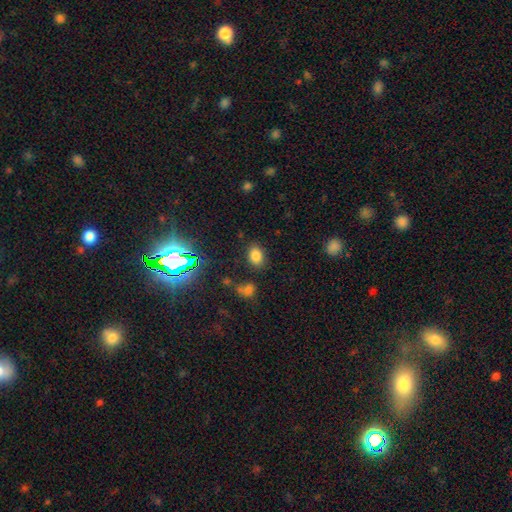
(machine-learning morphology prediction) smooth 77%, star or artifact 16%, featured or disk 7%. Down the decision tree: how rounded — in between (77%); merging — none (81%).